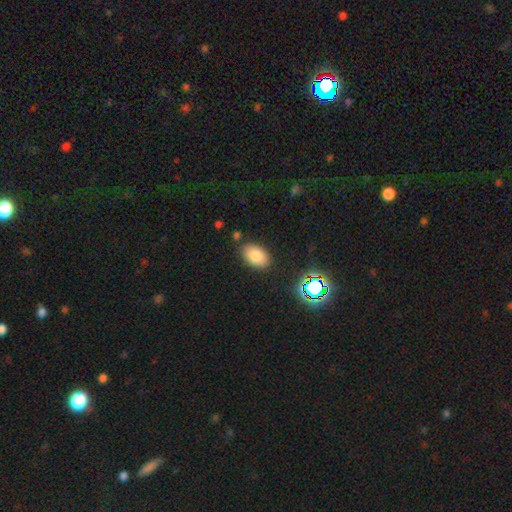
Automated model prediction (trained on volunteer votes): This appears to be a smooth galaxy with no disk features (81%) that is in between round and cigar-shaped (88%). Merging: none (82%).